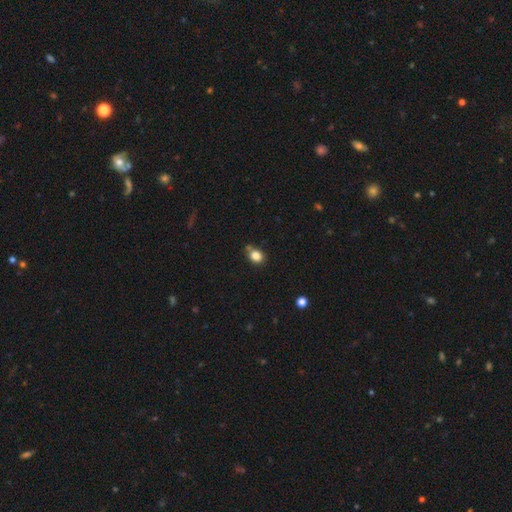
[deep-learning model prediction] The model was most divided on "how rounded": round: 51%, in between: 48%, cigar-shaped: 1%. More confident: smooth or featured — smooth (83%); merging — none (63%).